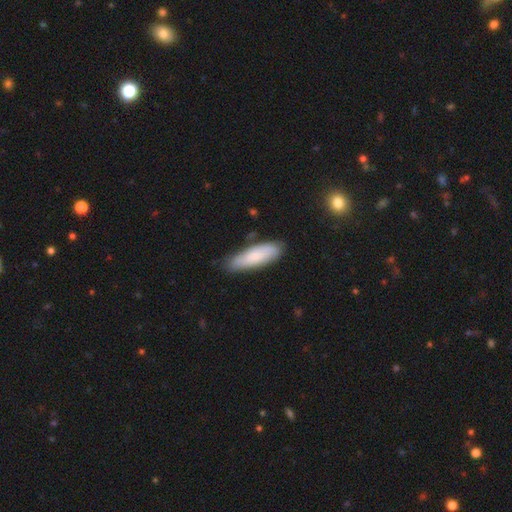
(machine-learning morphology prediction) The model was most divided on "how rounded": cigar-shaped: 50%, in between: 49%, round: 2%. More confident: merging — none (74%); smooth or featured — smooth (74%).